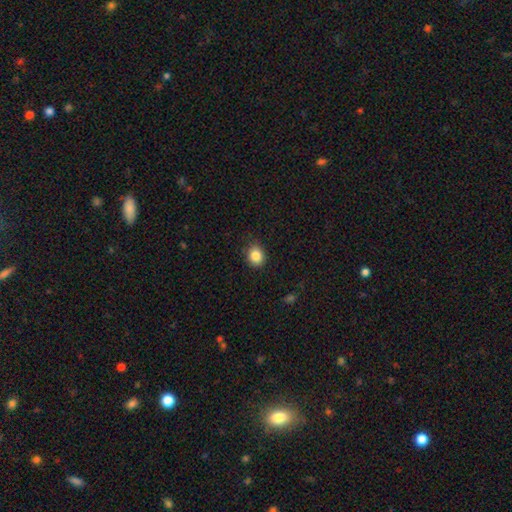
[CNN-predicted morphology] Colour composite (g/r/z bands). It shows a smooth galaxy with no disk features (85%) that is round (65%). Merging: none (85%).